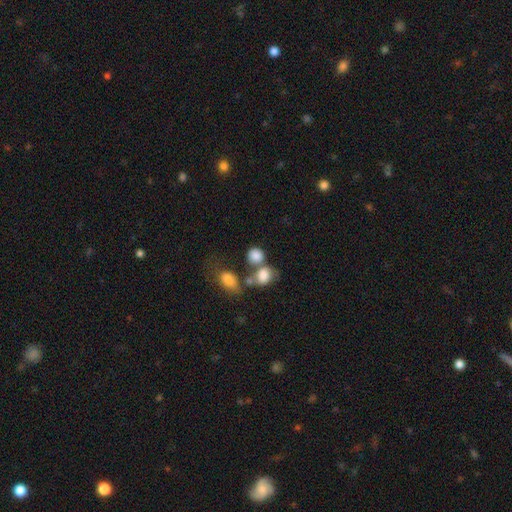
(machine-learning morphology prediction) Overall: smooth (82%). How rounded: round (65%; in between 34%). Merging: merger (41%; none 39%).